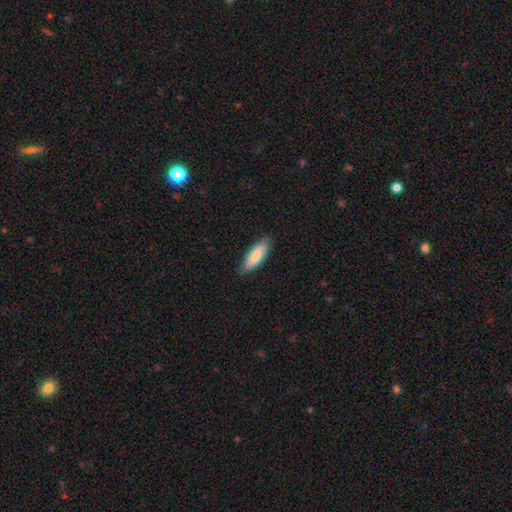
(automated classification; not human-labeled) Q: Smooth or featured?
A: smooth (84%); runner-up: featured or disk (11%)
Q: How rounded?
A: in between (58%); runner-up: cigar-shaped (40%)
Q: Merging?
A: none (84%); runner-up: minor disturbance (13%)